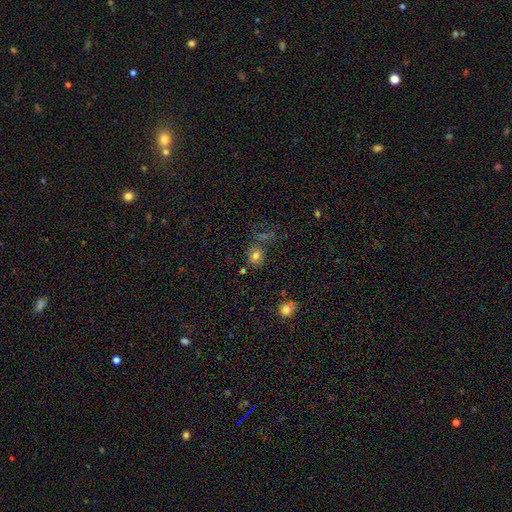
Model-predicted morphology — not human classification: This appears to be a smooth galaxy with no disk features (77%) that is round (61%). Merging: none (71%).